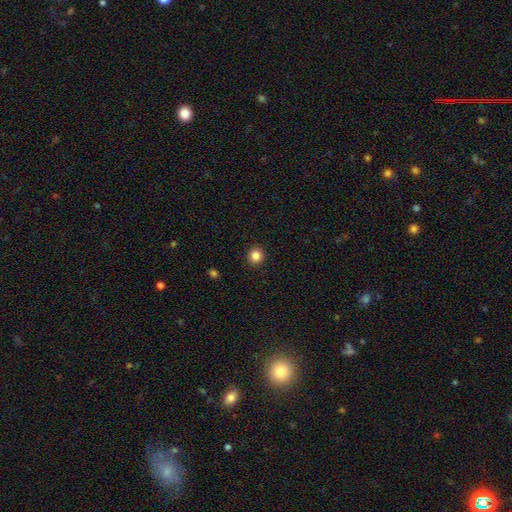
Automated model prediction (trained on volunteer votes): A smooth galaxy with no disk features (85%) that is round (94%). Merging: none (93%).